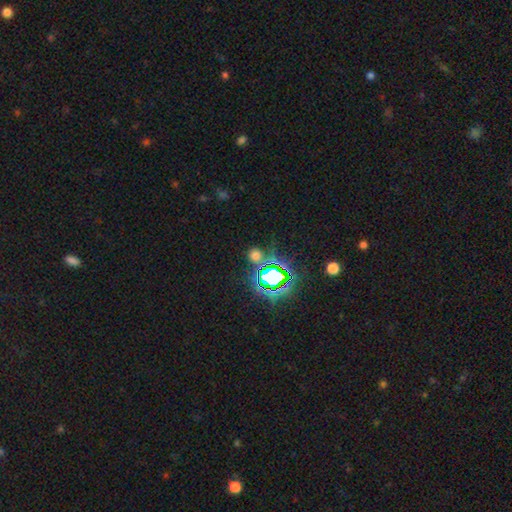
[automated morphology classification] This is possibly a smooth galaxy (48%). Merging: likely none (78%).